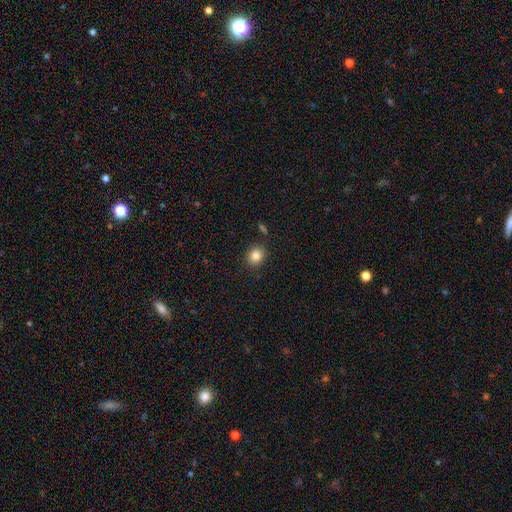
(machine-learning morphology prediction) This appears to be a smooth galaxy with no disk features (85%) that is round (70%). Merging: none (86%).